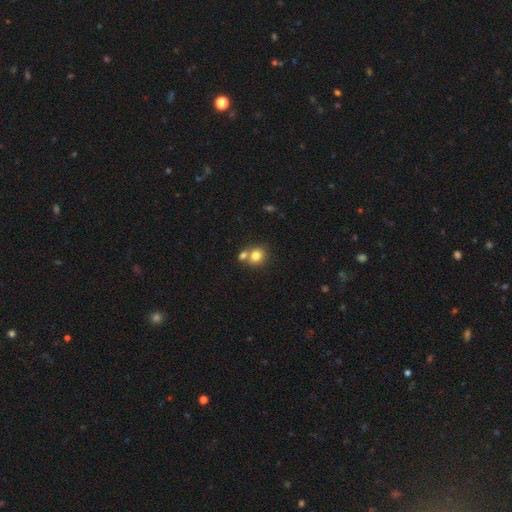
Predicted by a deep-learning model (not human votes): Q: Smooth or featured?
A: smooth (79%); runner-up: star or artifact (11%)
Q: How rounded?
A: round (77%); runner-up: in between (22%)
Q: Merging?
A: none (49%); runner-up: merger (40%)